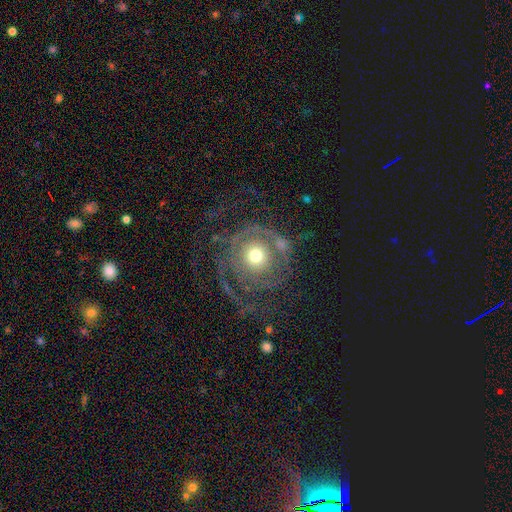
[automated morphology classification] A featured or disk galaxy (65%) with no bar (86%), spiral arms (63%) and a moderate central bulge (59%).

Vote fractions:
- Smooth or featured? featured or disk: 65% / smooth: 26% / star or artifact: 9%
- Edge-on disk? no: 96% / yes: 4%
- Bar? no: 86% / weak: 11% / strong: 3%
- Spiral arms? yes: 63% / no: 37%
- Bulge size? moderate: 59% / small: 23% / large: 14% / dominant: 3% / none: 1%
- Merging? none: 49% / major disturbance: 32% / minor disturbance: 16% / merger: 3%